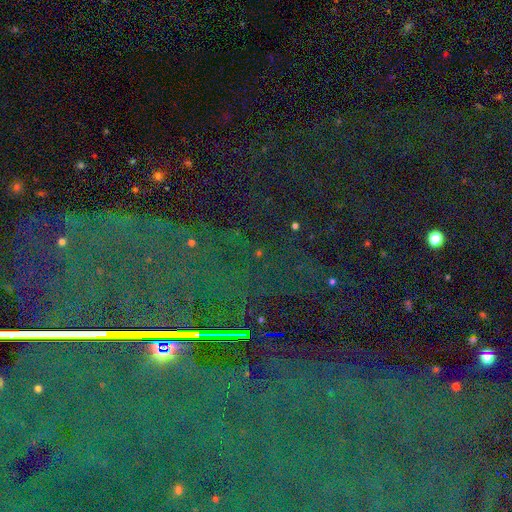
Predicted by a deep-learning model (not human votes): Smooth or featured?
  - star or artifact: 87% *
  - featured or disk: 7%
  - smooth: 6%